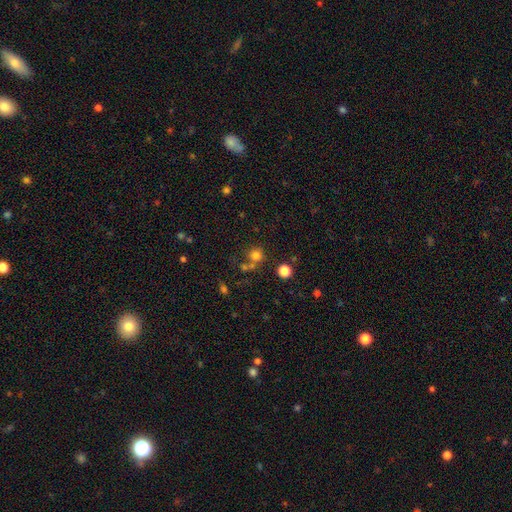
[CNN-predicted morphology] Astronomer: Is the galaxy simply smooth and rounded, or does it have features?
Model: smooth — 74%.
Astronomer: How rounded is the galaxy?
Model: round — 90%.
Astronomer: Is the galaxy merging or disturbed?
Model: none — 66%.